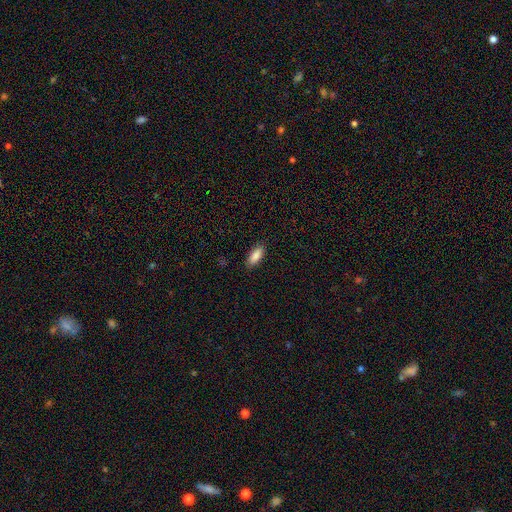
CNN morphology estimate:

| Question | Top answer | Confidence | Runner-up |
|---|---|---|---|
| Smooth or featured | smooth | 88% | star or artifact (7%) |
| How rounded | in between | 79% | cigar-shaped (19%) |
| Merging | none | 86% | minor disturbance (10%) |